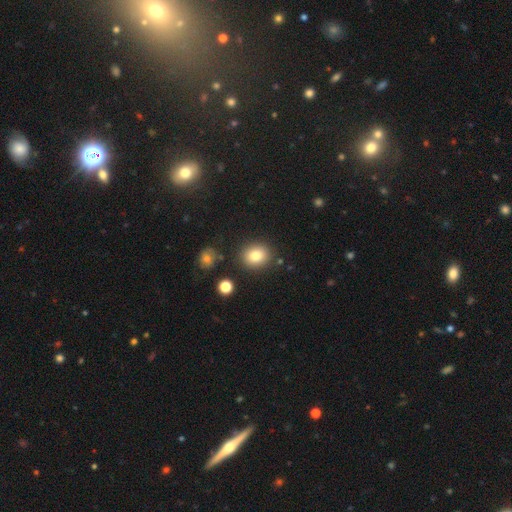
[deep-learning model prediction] This is likely a smooth galaxy (80%). How rounded: likely round (68%). Merging: clearly none (85%).